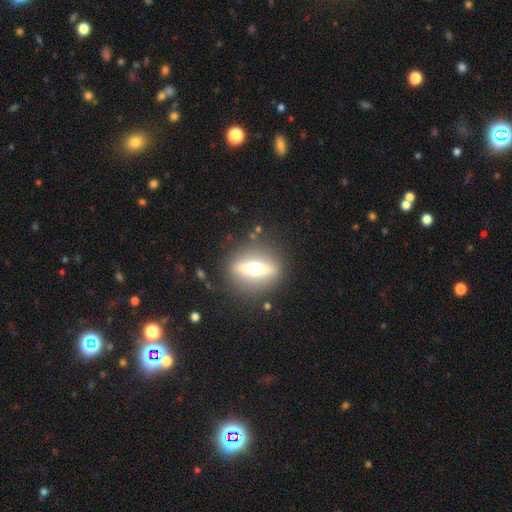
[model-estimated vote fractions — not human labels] Smooth or featured?
  - featured or disk: 62% *
  - smooth: 25%
  - star or artifact: 13%
Edge-on disk?
  - yes: 73% *
  - no: 27%
Merging?
  - none: 81% *
  - minor disturbance: 11%
  - major disturbance: 5%
  - merger: 2%